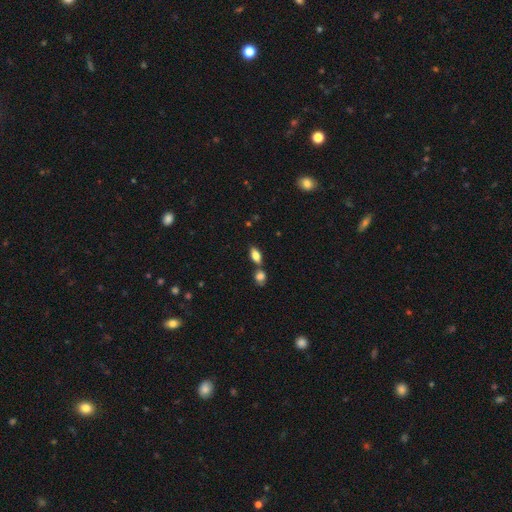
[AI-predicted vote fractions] Smooth or featured?
  - smooth: 78% *
  - featured or disk: 14%
  - star or artifact: 9%
How rounded?
  - in between: 84% *
  - cigar-shaped: 10%
  - round: 5%
Merging?
  - none: 60% *
  - merger: 26%
  - minor disturbance: 11%
  - major disturbance: 3%